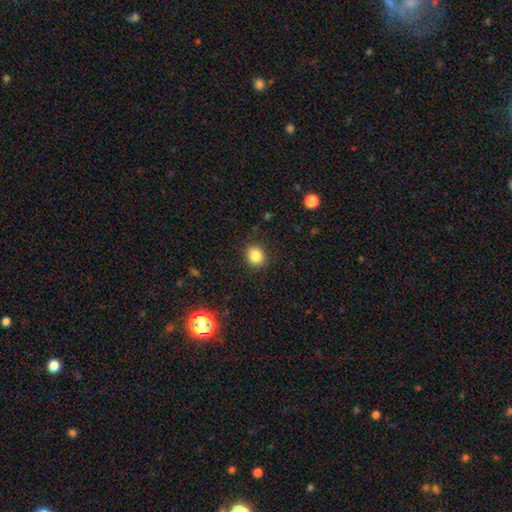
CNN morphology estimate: A smooth galaxy with no disk features (84%) that is round (73%). Merging: none (88%).